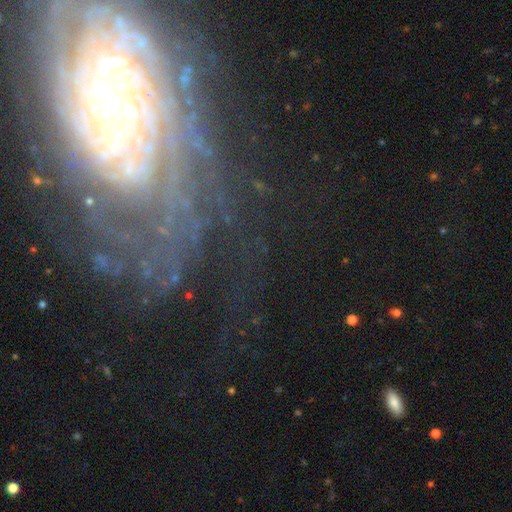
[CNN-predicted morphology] Smooth or featured?
  - featured or disk: 74% *
  - star or artifact: 17%
  - smooth: 10%
Edge-on disk?
  - no: 93% *
  - yes: 7%
Bar?
  - no: 61% *
  - weak: 24%
  - strong: 15%
Spiral arms?
  - yes: 86% *
  - no: 14%
Spiral winding?
  - tight: 70% *
  - medium: 21%
  - loose: 9%
Spiral arm count?
  - can't tell: 40% *
  - more than 4: 16%
  - 2: 13%
  - 4: 11%
  - 3: 11%
  - 1: 9%
Bulge size?
  - small: 61% *
  - moderate: 25%
  - large: 6%
  - none: 5%
  - dominant: 3%
Merging?
  - none: 64% *
  - major disturbance: 18%
  - minor disturbance: 15%
  - merger: 4%